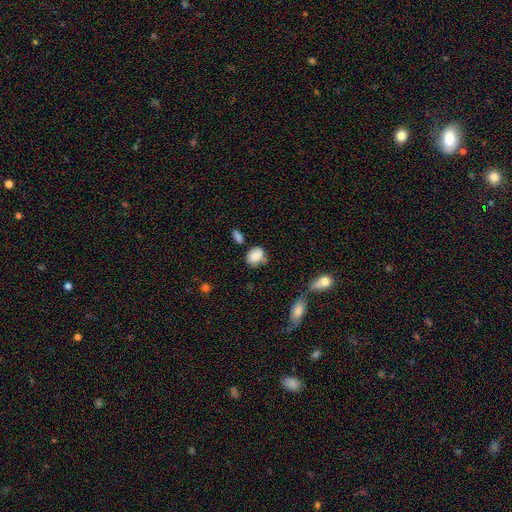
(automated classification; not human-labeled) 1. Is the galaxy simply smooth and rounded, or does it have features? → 83% smooth, 8% star or artifact, 8% featured or disk.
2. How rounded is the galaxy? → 59% in between, 39% round, 1% cigar-shaped.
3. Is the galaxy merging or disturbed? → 58% none, 24% minor disturbance, 12% merger, 6% major disturbance.